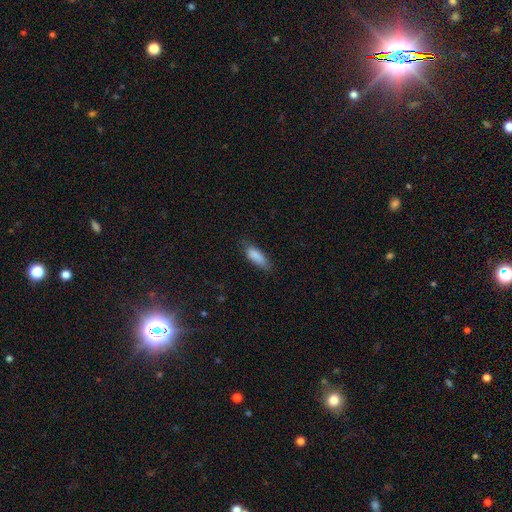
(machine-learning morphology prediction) smooth 87%, star or artifact 7%, featured or disk 7%. Down the decision tree: how rounded — in between (64%); merging — none (72%).